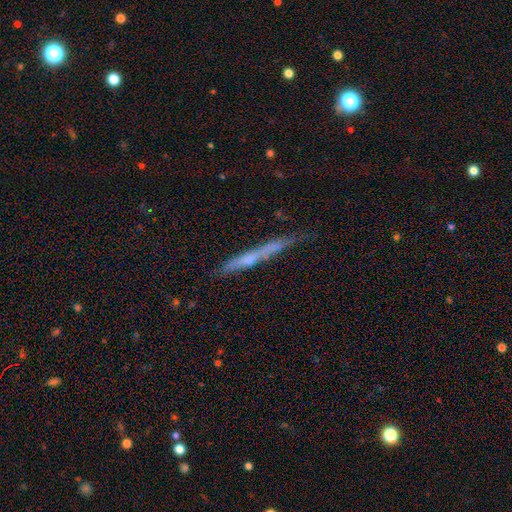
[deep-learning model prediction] Smooth or featured?
  - featured or disk: 57% *
  - smooth: 33%
  - star or artifact: 10%
Edge-on disk?
  - yes: 94% *
  - no: 6%
Edge-on bulge?
  - none: 57% *
  - rounded: 36%
  - boxy: 7%
Merging?
  - none: 74% *
  - minor disturbance: 19%
  - major disturbance: 4%
  - merger: 3%